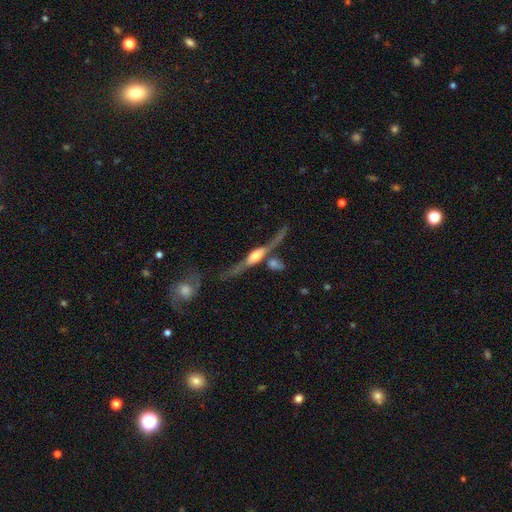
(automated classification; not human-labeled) Morphology: type=featured or disk (81%); edge-on=yes (90%); edge-on bulge=rounded (84%); merging=none (56%).